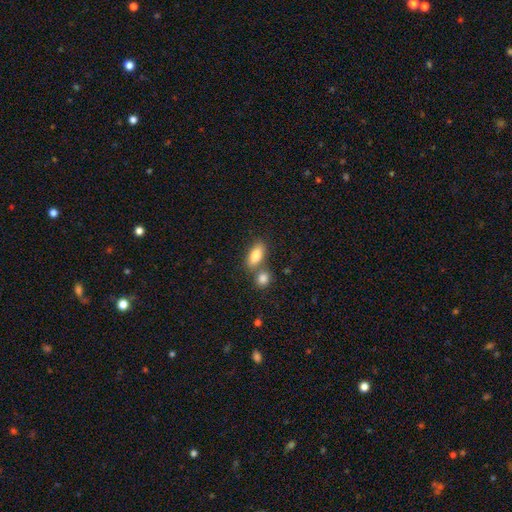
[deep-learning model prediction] This appears to be a smooth galaxy with no disk features (81%) that is in between round and cigar-shaped (84%). Merging: none (57%).